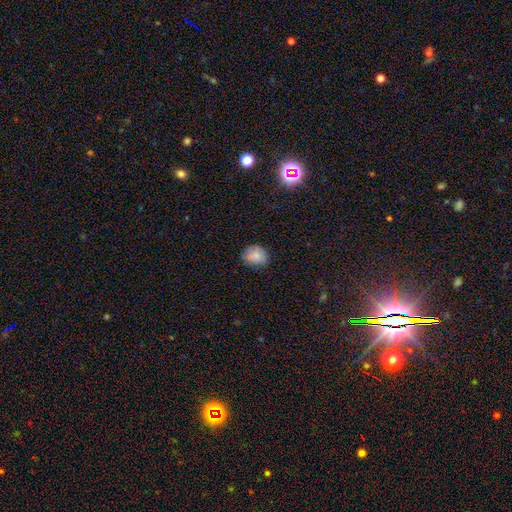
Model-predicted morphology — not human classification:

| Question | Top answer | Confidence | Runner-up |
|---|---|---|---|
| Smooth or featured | smooth | 82% | star or artifact (10%) |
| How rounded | round | 64% | in between (35%) |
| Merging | none | 77% | minor disturbance (18%) |